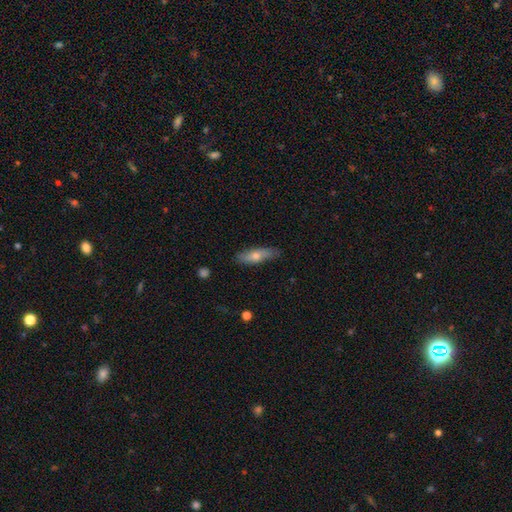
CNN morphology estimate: A smooth galaxy with no disk features (56%) that is cigar-shaped (60%).

Vote fractions:
- Smooth or featured? smooth: 56% / featured or disk: 37% / star or artifact: 7%
- How rounded? cigar-shaped: 60% / in between: 38% / round: 3%
- Merging? none: 81% / minor disturbance: 15% / major disturbance: 3% / merger: 1%